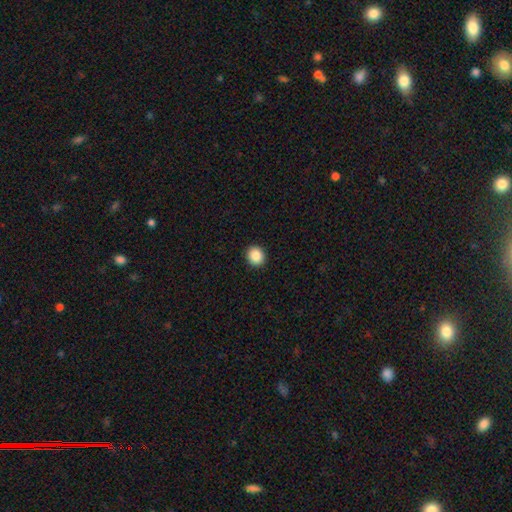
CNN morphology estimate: Smooth or featured? Predicted: smooth (p=0.87). How rounded? Predicted: round (p=0.82). Merging? Predicted: none (p=0.93).